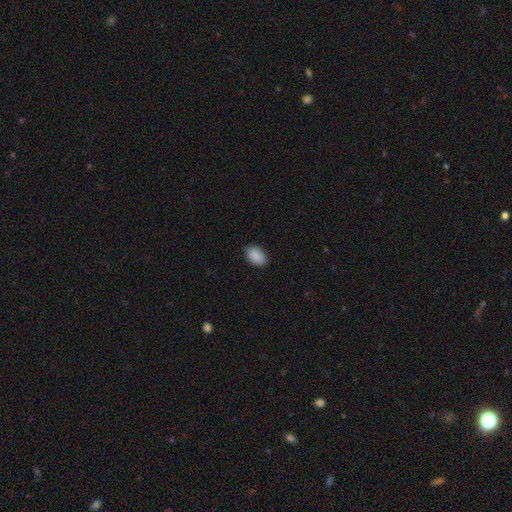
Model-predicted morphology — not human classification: smooth_or_featured: smooth (p=0.89) [alt: star or artifact p=0.07]
how_rounded: in between (p=0.87) [alt: round p=0.12]
merging: none (p=0.87) [alt: minor disturbance p=0.10]